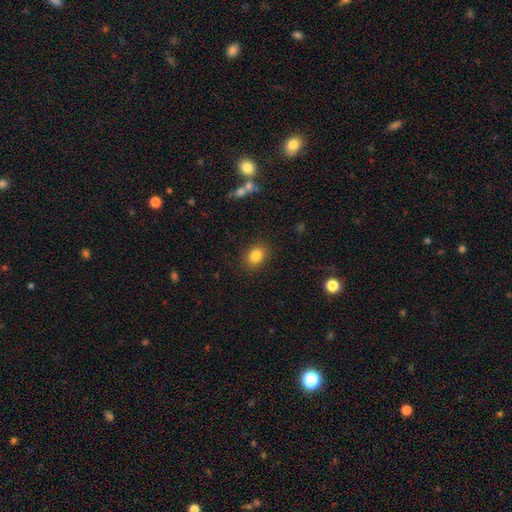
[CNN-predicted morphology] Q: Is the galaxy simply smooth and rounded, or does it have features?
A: smooth — 84%.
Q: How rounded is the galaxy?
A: in between — 53%.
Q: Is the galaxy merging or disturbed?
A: none — 88%.